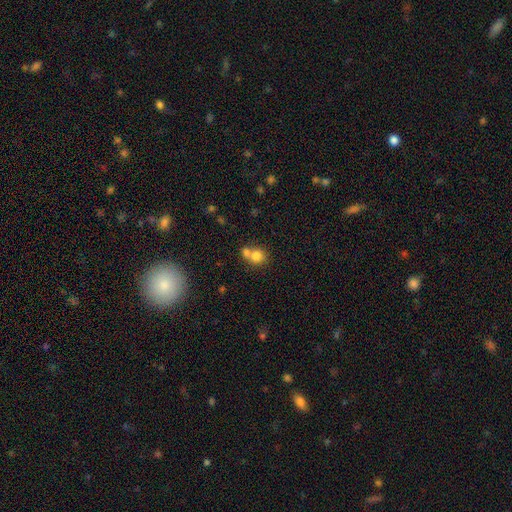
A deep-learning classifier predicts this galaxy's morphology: A smooth galaxy with no disk features (78%) that is round (78%). Merging: merger (53%).